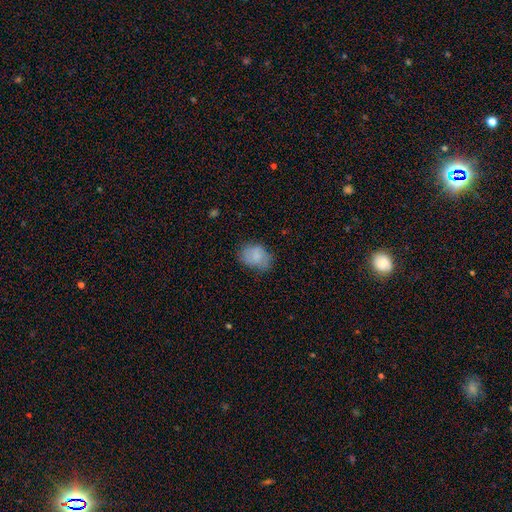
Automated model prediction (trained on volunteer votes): This is likely a smooth galaxy (77%). How rounded: likely in between (68%). Merging: likely none (63%).